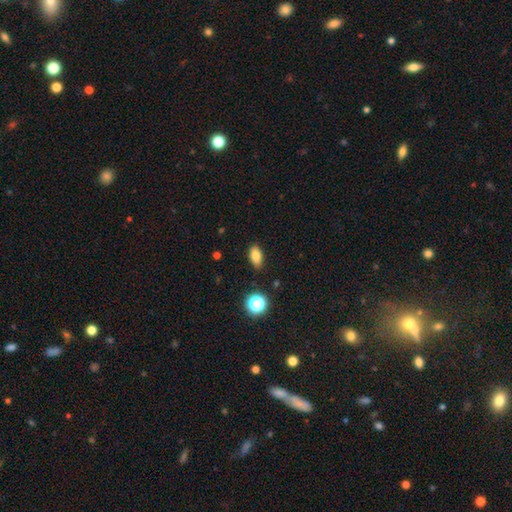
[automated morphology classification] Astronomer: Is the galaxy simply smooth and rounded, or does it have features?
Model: smooth — 82%.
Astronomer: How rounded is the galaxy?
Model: in between — 87%.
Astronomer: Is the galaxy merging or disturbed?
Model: none — 87%.